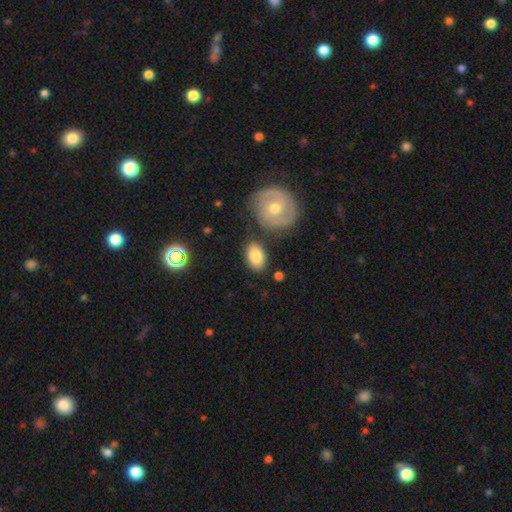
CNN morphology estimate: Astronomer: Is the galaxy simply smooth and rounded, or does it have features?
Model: smooth — 78%.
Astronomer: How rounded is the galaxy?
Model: in between — 88%.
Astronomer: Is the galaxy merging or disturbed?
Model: none — 78%.